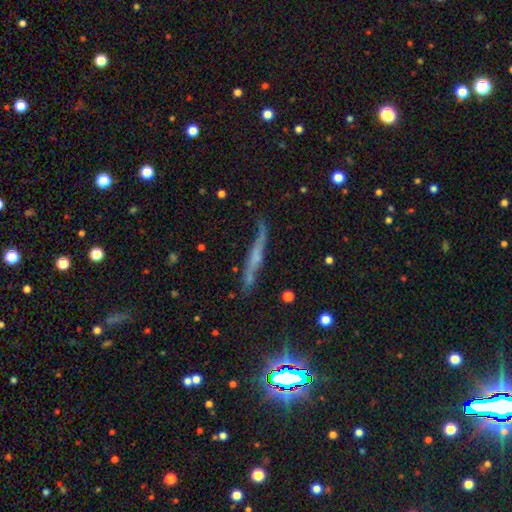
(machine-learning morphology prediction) The model was most divided on "smooth or featured": featured or disk: 59%, smooth: 29%, star or artifact: 12%. More confident: edge-on disk — yes (83%); merging — none (64%).